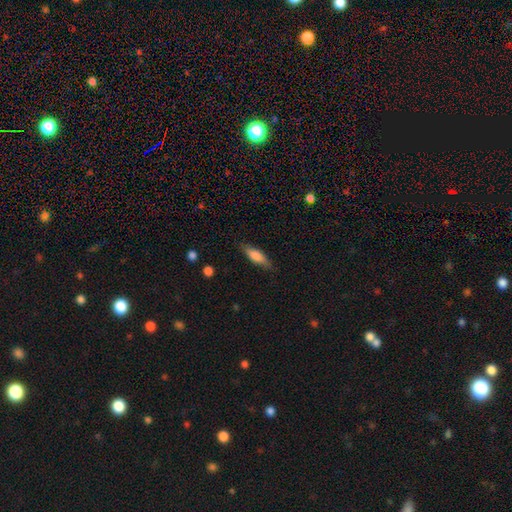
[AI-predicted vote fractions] smooth_or_featured: smooth (p=0.71) [alt: featured or disk p=0.22]
how_rounded: cigar-shaped (p=0.49) [tied with: in between p=0.49]
merging: none (p=0.82) [alt: minor disturbance p=0.14]